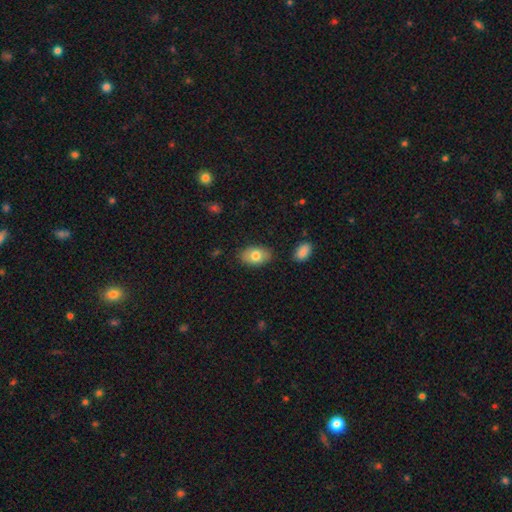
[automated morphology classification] The model was most divided on "smooth or featured": smooth: 78%, featured or disk: 15%, star or artifact: 7%. More confident: how rounded — in between (90%); merging — none (84%).